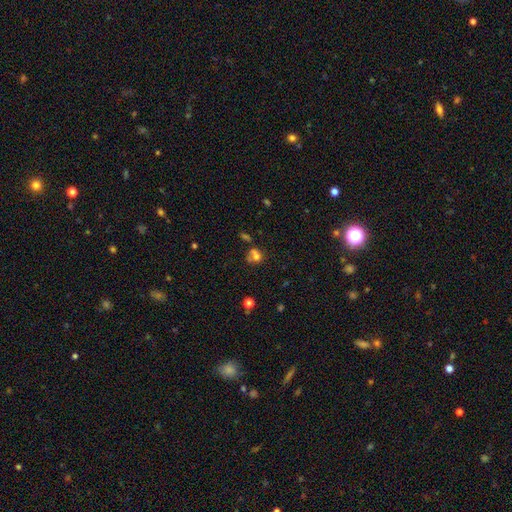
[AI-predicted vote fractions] Smooth or featured?
  - smooth: 66% *
  - featured or disk: 17%
  - star or artifact: 17%
How rounded?
  - round: 61% *
  - in between: 37%
  - cigar-shaped: 2%
Merging?
  - none: 36% *
  - merger: 30%
  - minor disturbance: 19%
  - major disturbance: 15%